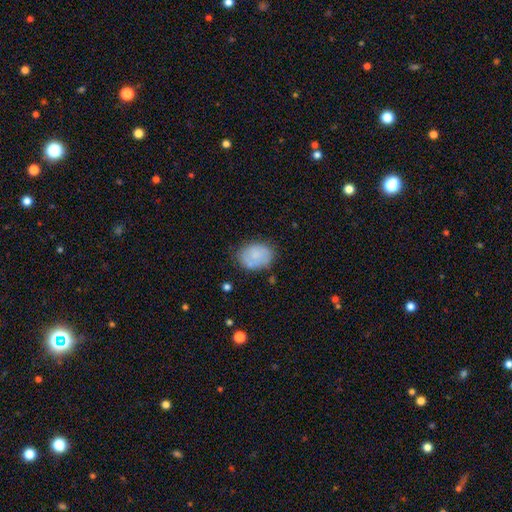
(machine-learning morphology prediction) The model was most divided on "how rounded": in between: 70%, round: 29%, cigar-shaped: 1%. More confident: smooth or featured — smooth (79%); merging — none (70%).